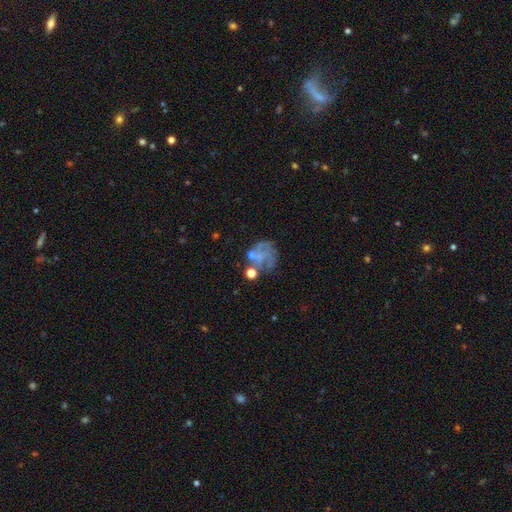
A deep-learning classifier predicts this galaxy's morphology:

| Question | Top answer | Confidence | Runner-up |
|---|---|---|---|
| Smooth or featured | featured or disk | 47% | smooth (37%) |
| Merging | none | 34% | major disturbance (33%) |